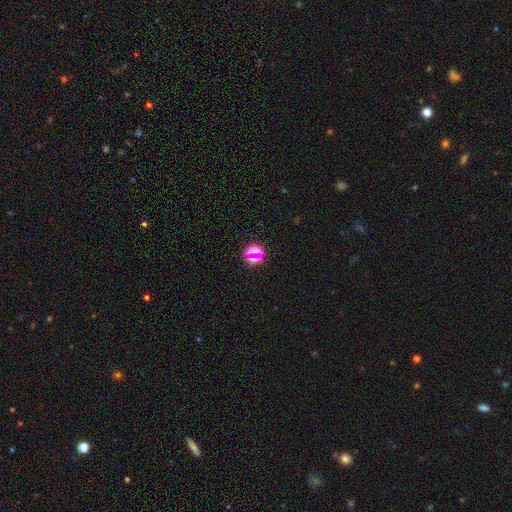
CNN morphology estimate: This appears to be a star or artifact, not a galaxy (52%).